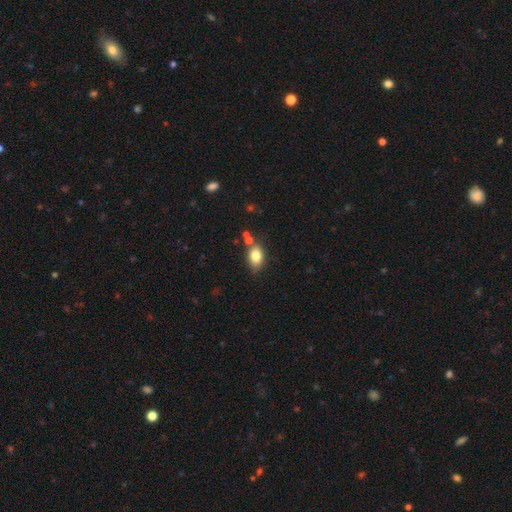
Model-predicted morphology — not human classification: A smooth galaxy with no disk features (81%) that is in between round and cigar-shaped (77%). Merging: none (68%).